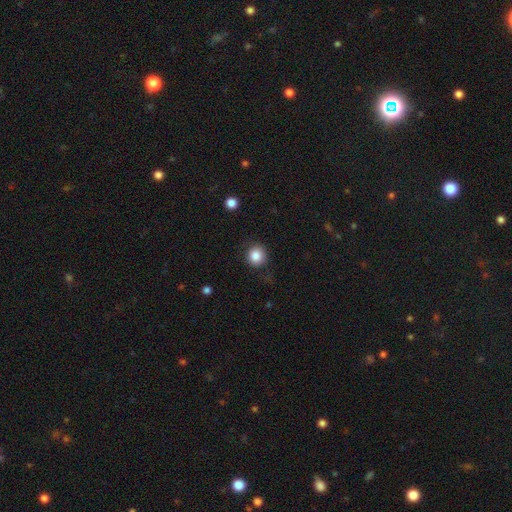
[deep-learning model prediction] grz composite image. It shows a smooth galaxy with no disk features (86%) that is round (92%). Merging: none (85%).